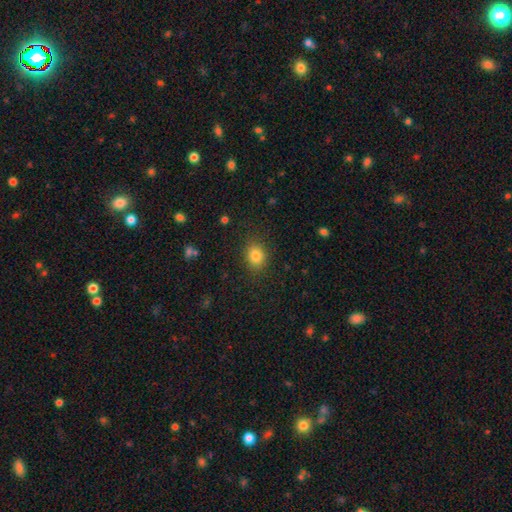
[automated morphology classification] Smooth or featured?
  - smooth: 83% *
  - star or artifact: 11%
  - featured or disk: 7%
How rounded?
  - in between: 51% *
  - round: 48%
  - cigar-shaped: 1%
Merging?
  - none: 85% *
  - minor disturbance: 10%
  - major disturbance: 3%
  - merger: 1%